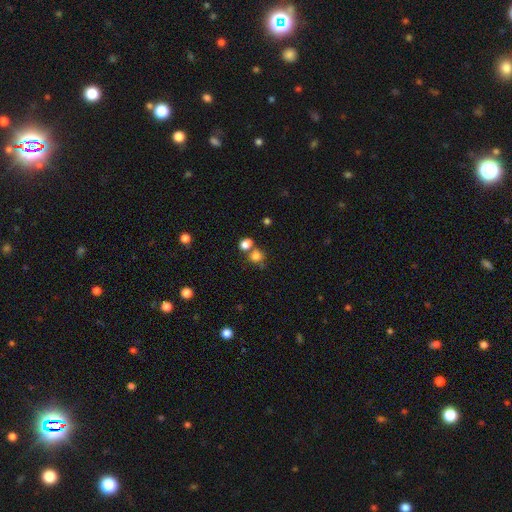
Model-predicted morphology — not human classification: This is likely a smooth galaxy (79%). How rounded: likely round (76%). Merging: possibly none (50%).